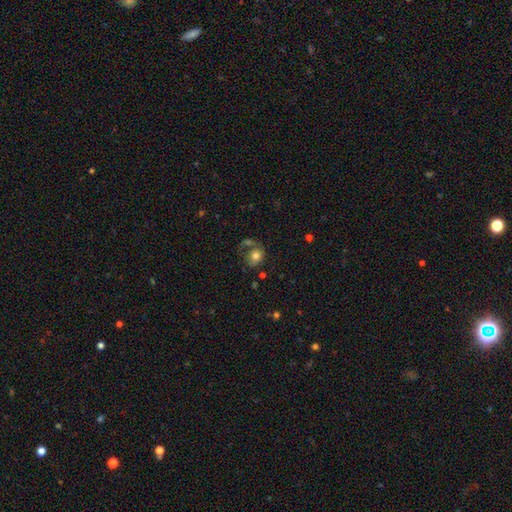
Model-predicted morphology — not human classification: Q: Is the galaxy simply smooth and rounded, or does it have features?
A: smooth — 71%.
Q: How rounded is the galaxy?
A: round — 50%.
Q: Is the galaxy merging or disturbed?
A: none — 43%.